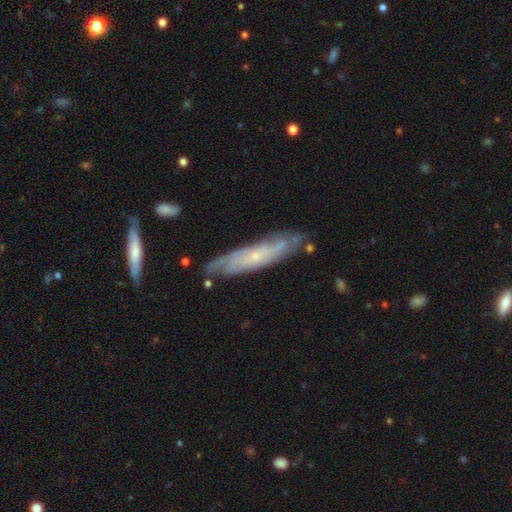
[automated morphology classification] This appears to be a featured or disk galaxy (68%). Merging: none (73%).